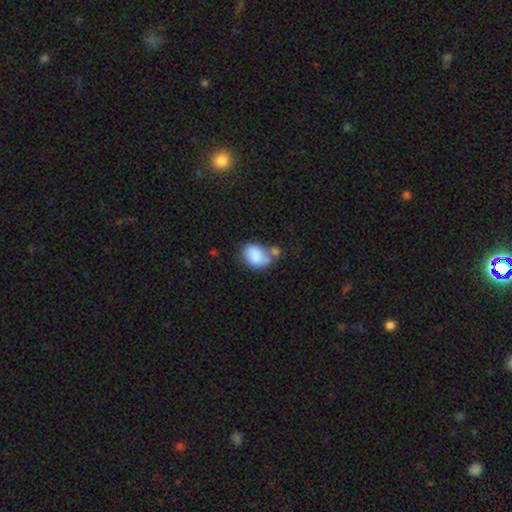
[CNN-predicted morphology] smooth-or-featured: smooth: 80% | featured or disk: 12% | star or artifact: 8%
  how-rounded: in between: 73% | round: 26% | cigar-shaped: 1%
  merging: merger: 35% | none: 32% | minor disturbance: 21% | major disturbance: 12%